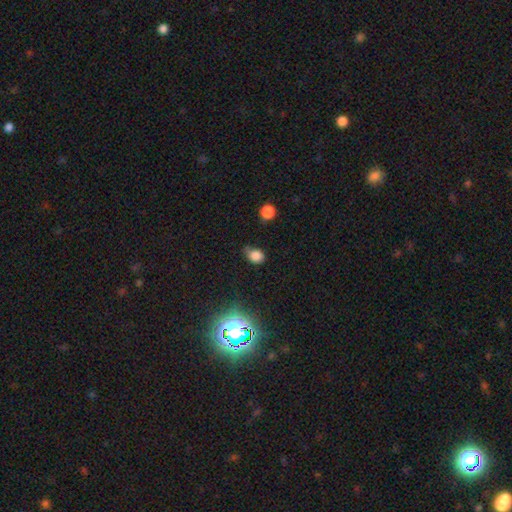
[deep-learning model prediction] smooth 78%, star or artifact 16%, featured or disk 7%. Down the decision tree: how rounded — in between (53%); merging — none (53%).